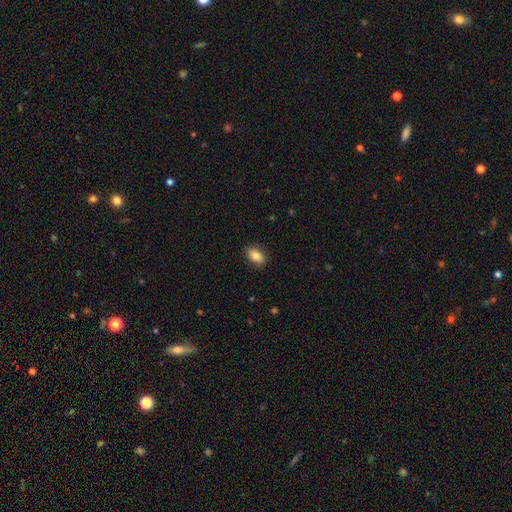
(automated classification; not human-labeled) Smooth or featured? Predicted: smooth (p=0.85). How rounded? Predicted: in between (p=0.88). Merging? Predicted: none (p=0.86).